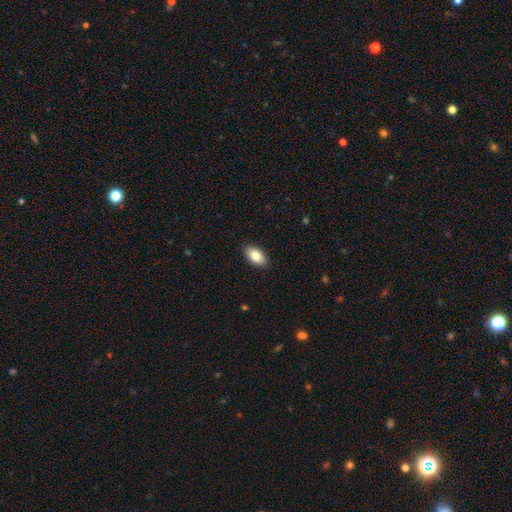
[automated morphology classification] Smooth or featured? Predicted: smooth (p=0.82). How rounded? Predicted: in between (p=0.93). Merging? Predicted: none (p=0.90).